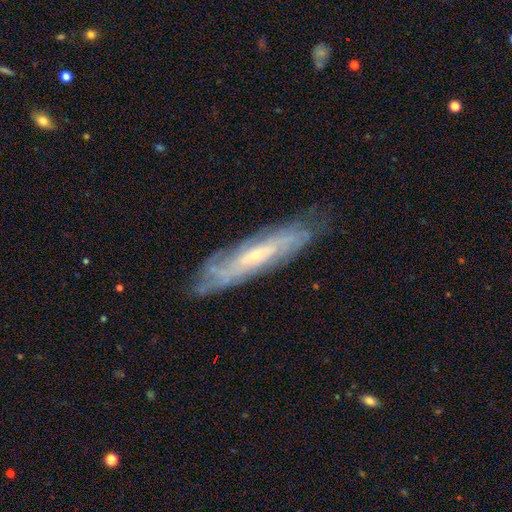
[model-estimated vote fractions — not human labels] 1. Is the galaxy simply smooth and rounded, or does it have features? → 75% featured or disk, 18% smooth, 7% star or artifact.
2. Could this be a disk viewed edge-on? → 60% no, 40% yes.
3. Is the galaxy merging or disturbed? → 77% none, 17% minor disturbance, 4% major disturbance, 1% merger.